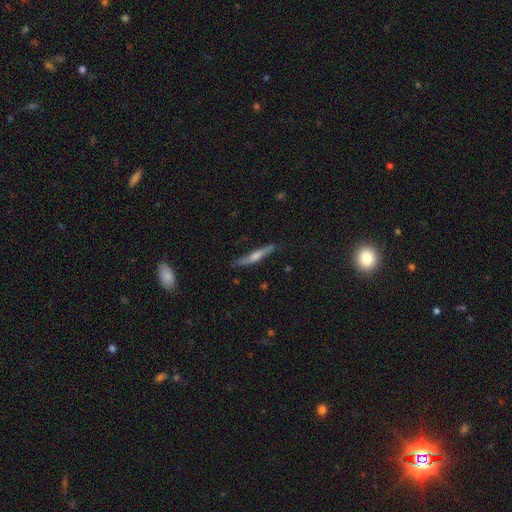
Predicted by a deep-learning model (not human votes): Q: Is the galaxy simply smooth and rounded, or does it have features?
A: featured or disk — 61%.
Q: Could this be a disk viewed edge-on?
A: yes — 95%.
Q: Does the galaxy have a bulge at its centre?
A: rounded — 75%.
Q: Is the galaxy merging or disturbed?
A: none — 82%.